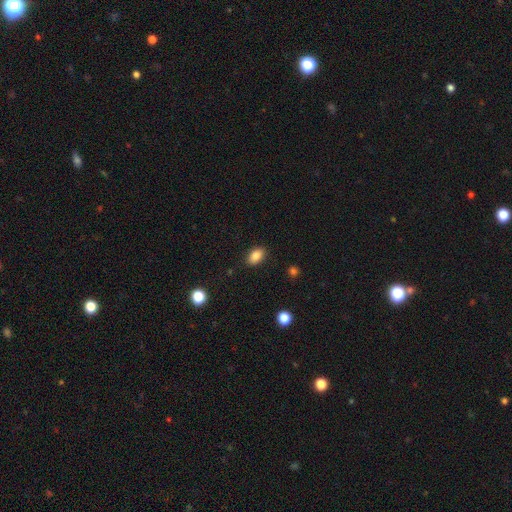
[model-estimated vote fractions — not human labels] Overall: smooth (86%). How rounded: in between (88%). Merging: none (87%).